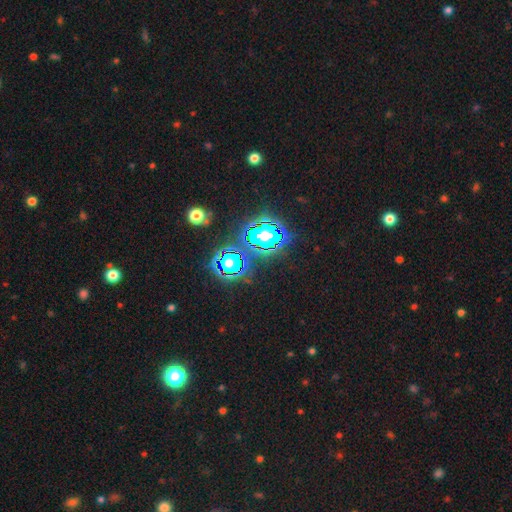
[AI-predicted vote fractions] star or artifact 83%, smooth 10%, featured or disk 6%.